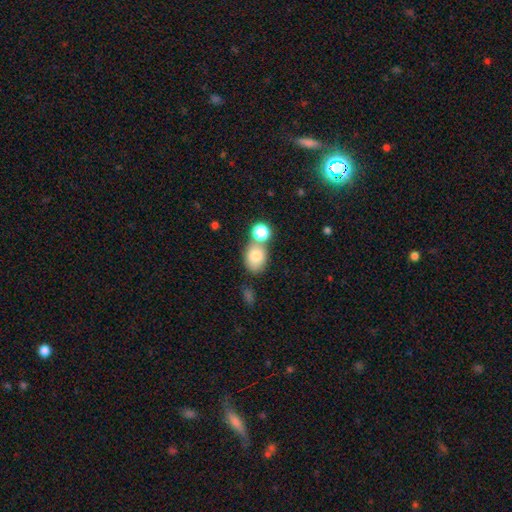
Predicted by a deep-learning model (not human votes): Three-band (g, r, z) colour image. It shows a smooth galaxy with no disk features (80%) that is in between round and cigar-shaped (63%). Merging: none (52%).